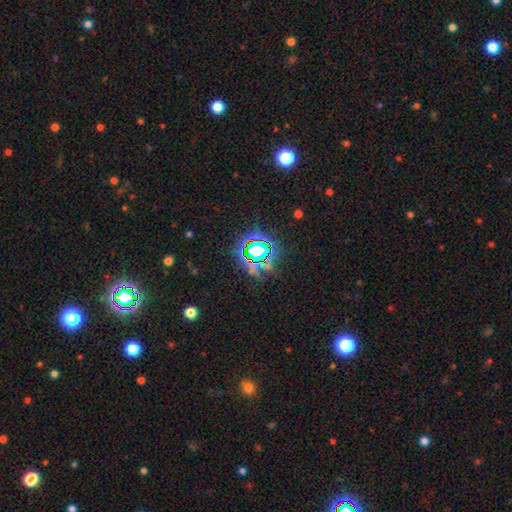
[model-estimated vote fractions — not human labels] Overall: star or artifact (75%).